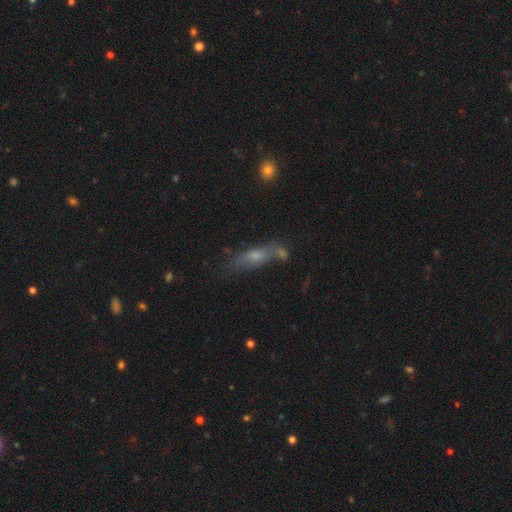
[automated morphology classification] Overall: smooth (46%; featured or disk 39%). Merging: none (50%; merger 22%).